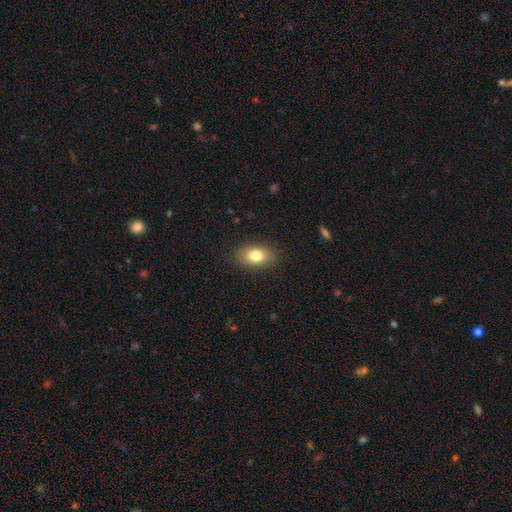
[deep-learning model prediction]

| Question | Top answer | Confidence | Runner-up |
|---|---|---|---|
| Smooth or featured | smooth | 79% | featured or disk (12%) |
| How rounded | in between | 83% | round (15%) |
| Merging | none | 86% | minor disturbance (10%) |